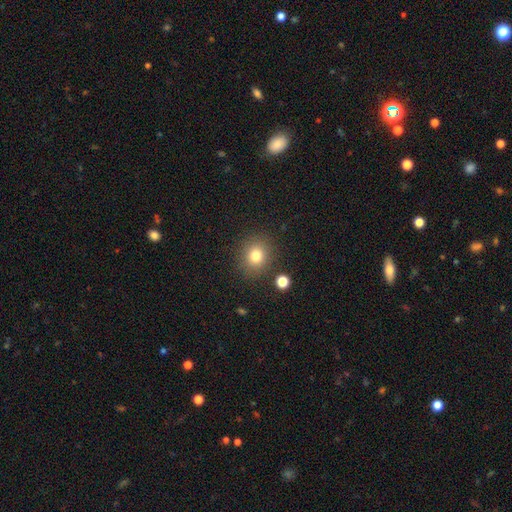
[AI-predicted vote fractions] Overall: smooth (80%). How rounded: round (76%). Merging: none (85%).